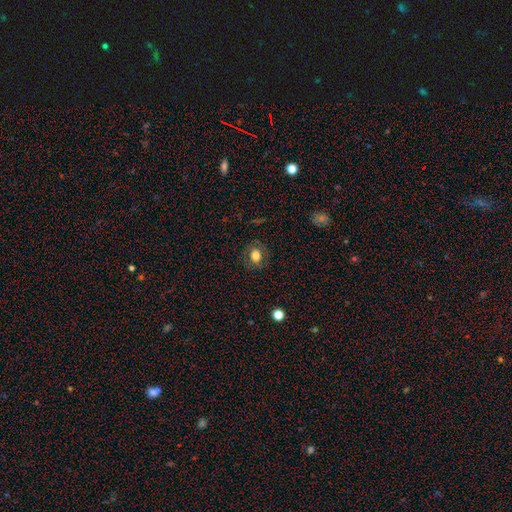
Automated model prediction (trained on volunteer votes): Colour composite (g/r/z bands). It shows a smooth galaxy with no disk features (73%) that is round (61%). Merging: none (83%).